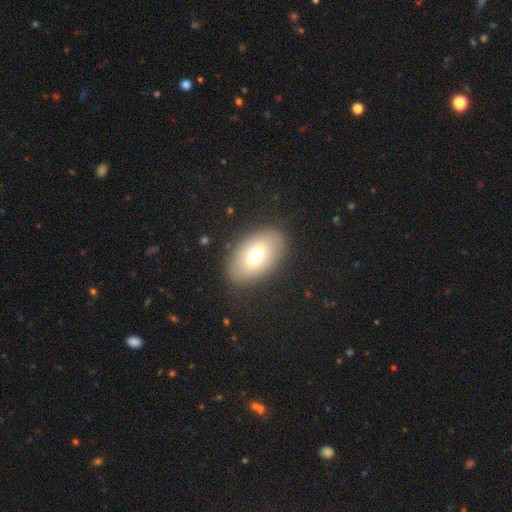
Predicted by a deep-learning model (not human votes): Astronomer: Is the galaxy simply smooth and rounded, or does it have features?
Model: smooth — 70%.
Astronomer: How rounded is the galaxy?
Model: in between — 90%.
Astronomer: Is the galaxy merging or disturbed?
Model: none — 87%.